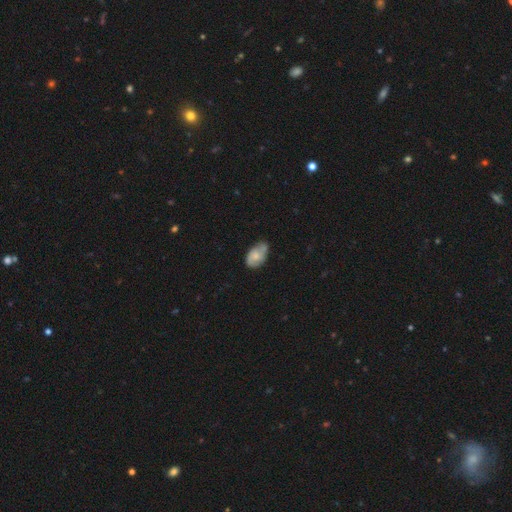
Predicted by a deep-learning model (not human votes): Smooth or featured? Predicted: smooth (p=0.55). How rounded? Predicted: in between (p=0.91). Merging? Predicted: none (p=0.55).